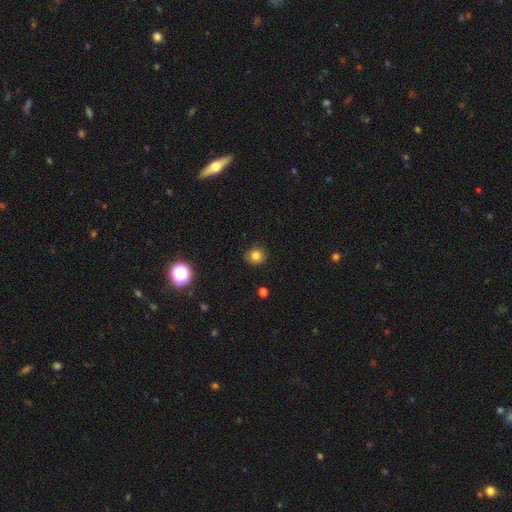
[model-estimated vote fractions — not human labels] Smooth or featured: smooth — 81% (star or artifact — 13%)
How rounded: round — 83% (in between — 16%)
Merging: none — 86% (minor disturbance — 10%)